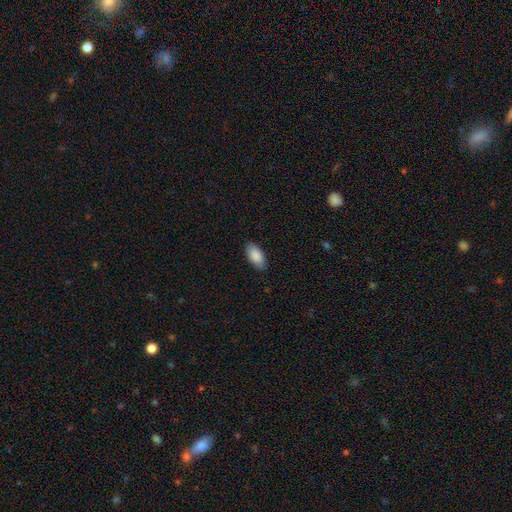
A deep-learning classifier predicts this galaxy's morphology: This is clearly a smooth galaxy (89%). How rounded: clearly in between (93%). Merging: clearly none (86%).